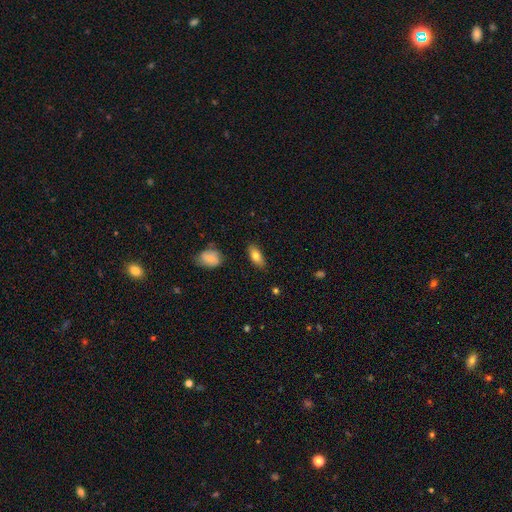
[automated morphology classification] A smooth galaxy with no disk features (77%) that is in between round and cigar-shaped (83%). Merging: none (84%).